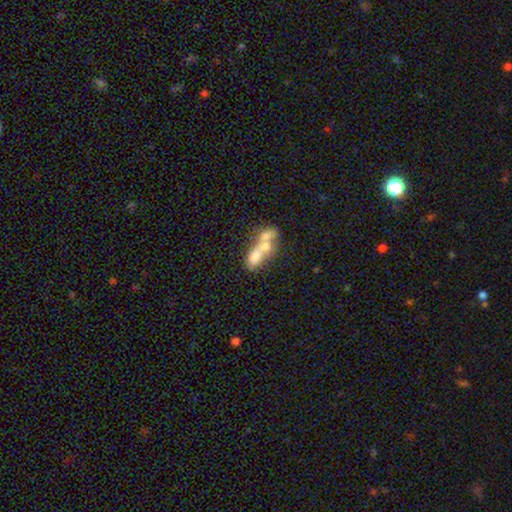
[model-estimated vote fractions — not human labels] Overall: smooth (59%; featured or disk 31%). How rounded: in between (66%). Merging: merger (71%).